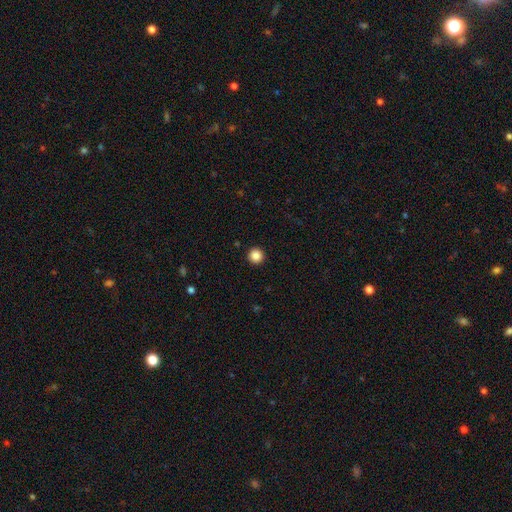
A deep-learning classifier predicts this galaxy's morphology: Smooth or featured? Predicted: smooth (p=0.87). How rounded? Predicted: round (p=0.96). Merging? Predicted: none (p=0.94).